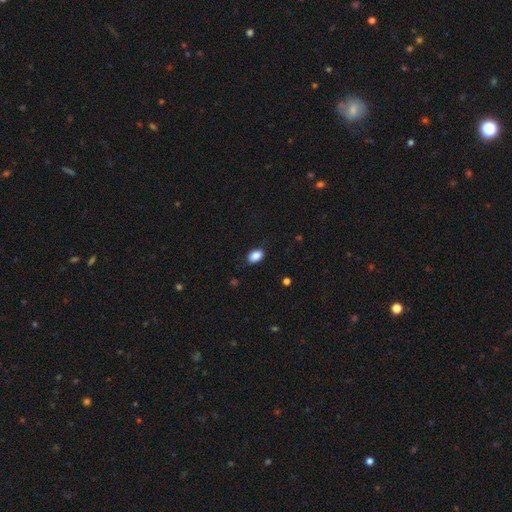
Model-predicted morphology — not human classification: Smooth or featured? smooth (87%)
How rounded? in between (85%)
Merging? none (85%)